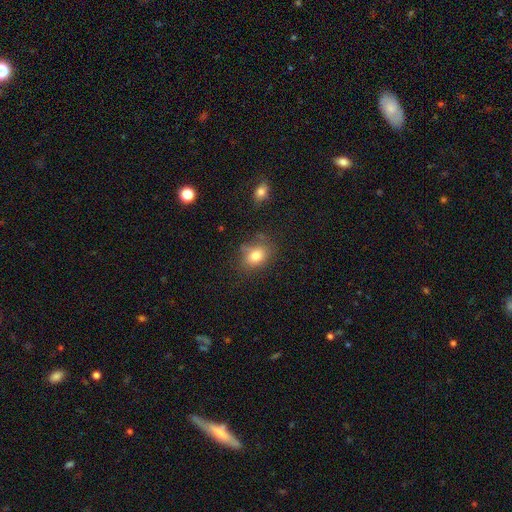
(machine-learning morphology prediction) Smooth or featured?
  - smooth: 78% *
  - star or artifact: 11%
  - featured or disk: 10%
How rounded?
  - in between: 59% *
  - round: 39%
  - cigar-shaped: 1%
Merging?
  - none: 69% *
  - minor disturbance: 20%
  - major disturbance: 6%
  - merger: 5%